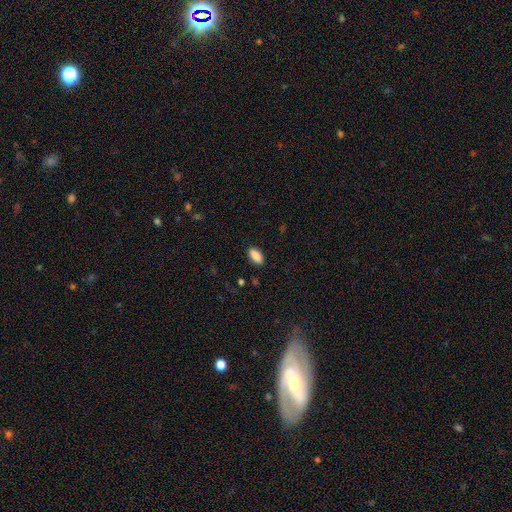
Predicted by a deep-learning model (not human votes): A smooth galaxy with no disk features (89%) that is in between round and cigar-shaped (90%).

Vote fractions:
- Smooth or featured? smooth: 89% / star or artifact: 7% / featured or disk: 4%
- How rounded? in between: 90% / cigar-shaped: 8% / round: 2%
- Merging? none: 88% / minor disturbance: 8% / major disturbance: 2% / merger: 1%